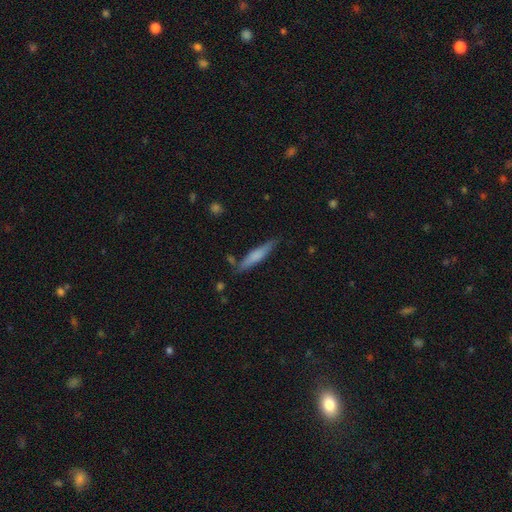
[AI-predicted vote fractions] smooth 63%, featured or disk 31%, star or artifact 6%. Down the decision tree: how rounded — cigar-shaped (89%); merging — none (80%).